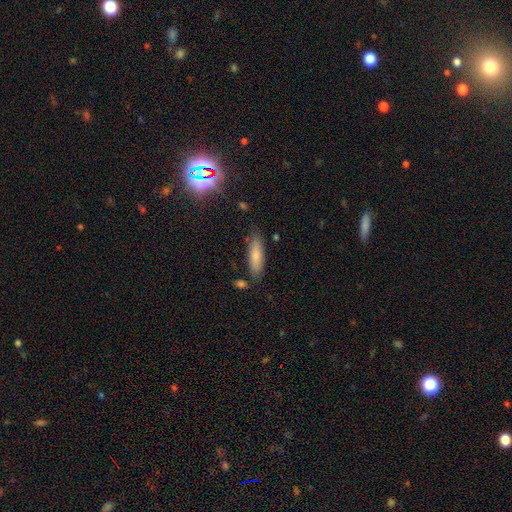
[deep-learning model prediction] A smooth galaxy with no disk features (78%) that is cigar-shaped (54%).

Vote fractions:
- Smooth or featured? smooth: 78% / featured or disk: 15% / star or artifact: 7%
- How rounded? cigar-shaped: 54% / in between: 44% / round: 2%
- Merging? none: 79% / minor disturbance: 14% / merger: 4% / major disturbance: 3%